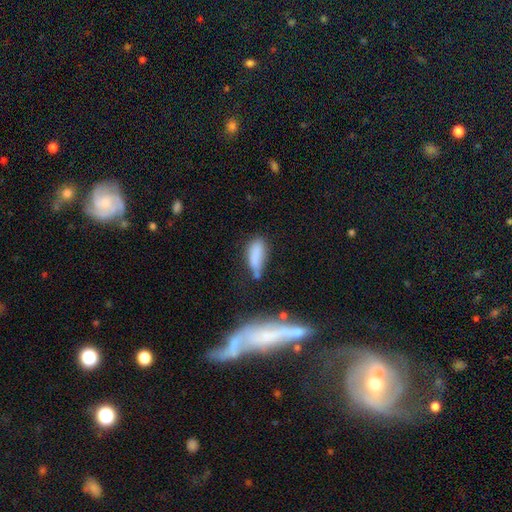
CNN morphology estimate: The model was most divided on "merging": none: 37%, minor disturbance: 35%, major disturbance: 17%, merger: 11%. More confident: smooth or featured — smooth (76%); how rounded — in between (60%).